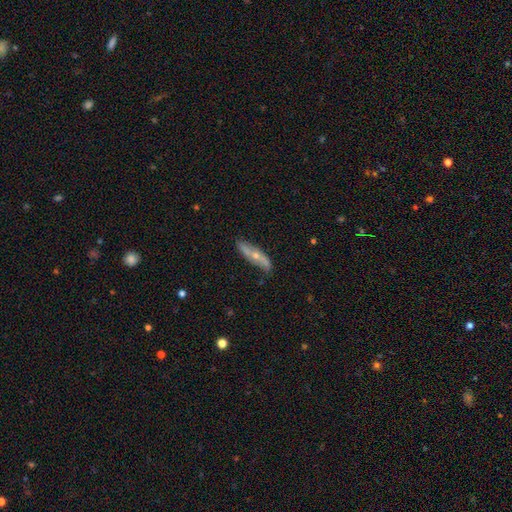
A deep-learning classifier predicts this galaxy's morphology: The model was most divided on "edge-on disk": no: 52%, yes: 48%. More confident: merging — none (77%); smooth or featured — featured or disk (62%).